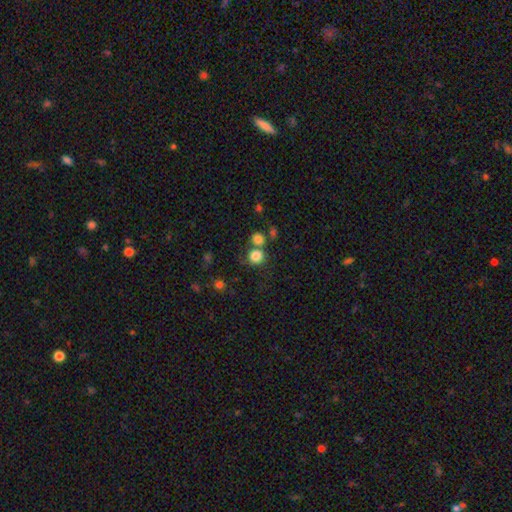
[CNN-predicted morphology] This appears to be a smooth galaxy with no disk features (83%) that is round (85%). Merging: none (58%).